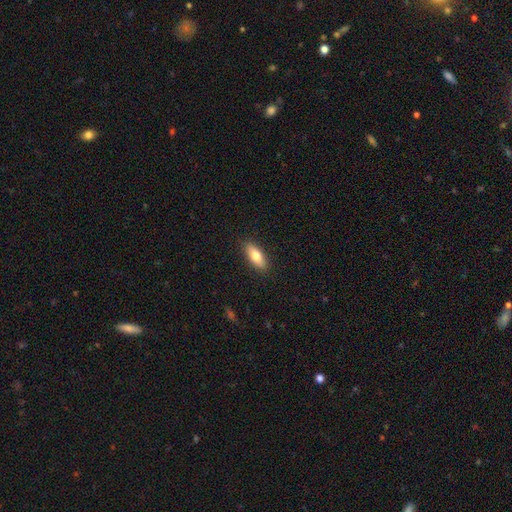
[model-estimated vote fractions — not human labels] Smooth or featured? Predicted: smooth (p=0.76). How rounded? Predicted: in between (p=0.74). Merging? Predicted: none (p=0.88).